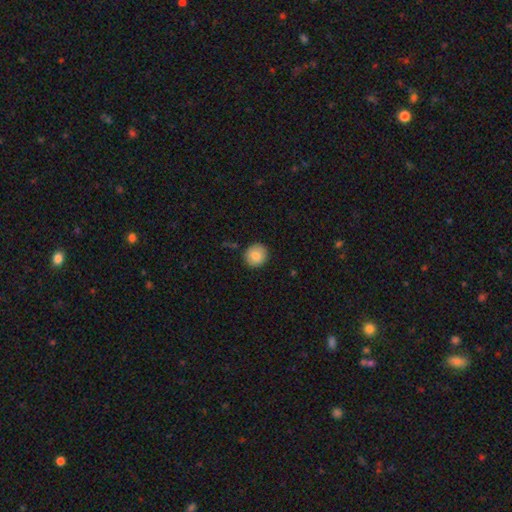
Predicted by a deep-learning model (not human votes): smooth-or-featured: smooth: 83% | featured or disk: 9% | star or artifact: 8%
  how-rounded: round: 89% | in between: 10% | cigar-shaped: 1%
  merging: none: 88% | minor disturbance: 8% | major disturbance: 2% | merger: 1%